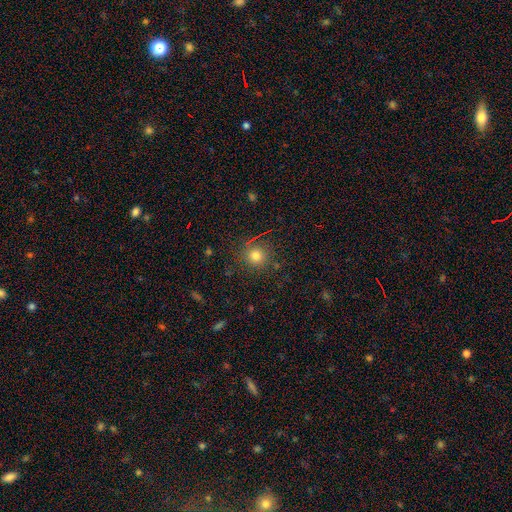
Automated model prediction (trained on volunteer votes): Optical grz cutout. It shows a smooth galaxy with no disk features (78%) that is round (92%). Merging: none (86%).